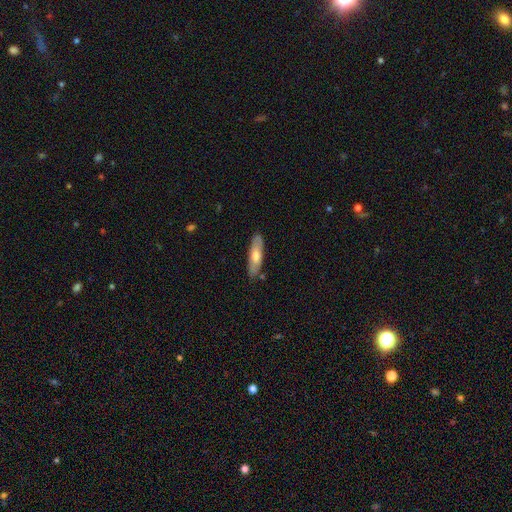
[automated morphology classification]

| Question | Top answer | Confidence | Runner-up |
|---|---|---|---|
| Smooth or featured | smooth | 64% | featured or disk (30%) |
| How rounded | cigar-shaped | 61% | in between (37%) |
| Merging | none | 83% | minor disturbance (13%) |